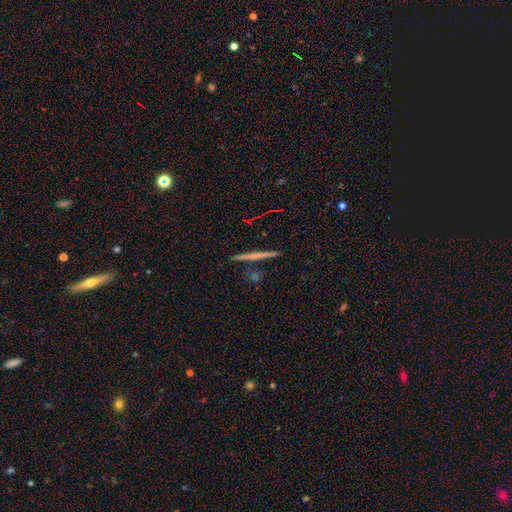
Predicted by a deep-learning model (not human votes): Overall: featured or disk (55%; smooth 38%). Edge-on disk: yes (98%). Edge-on bulge: none (80%). Merging: none (90%).